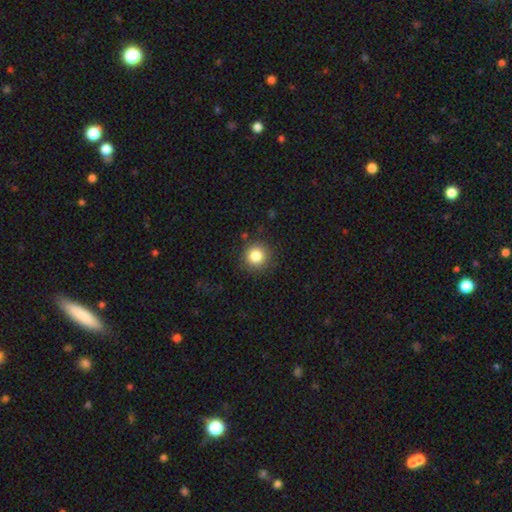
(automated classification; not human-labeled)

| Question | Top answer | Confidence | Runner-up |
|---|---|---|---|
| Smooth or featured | smooth | 83% | star or artifact (11%) |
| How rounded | round | 94% | in between (5%) |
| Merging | none | 88% | minor disturbance (8%) |